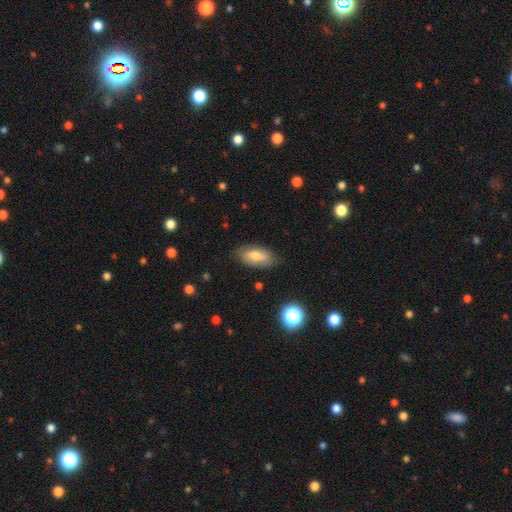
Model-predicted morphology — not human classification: smooth 64%, featured or disk 28%, star or artifact 8%. Down the decision tree: how rounded — in between (90%); merging — none (76%).